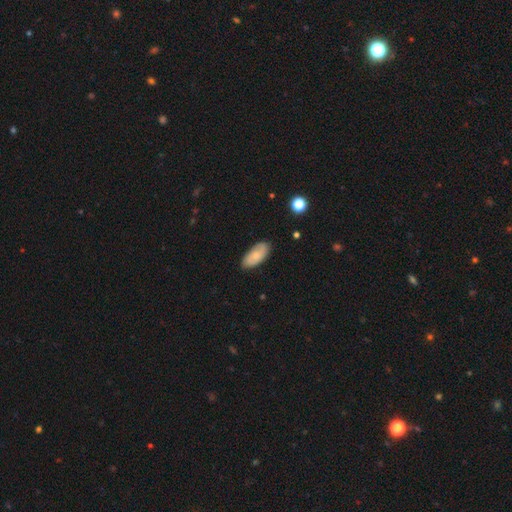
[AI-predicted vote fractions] The model was most divided on "smooth or featured": smooth: 68%, featured or disk: 26%, star or artifact: 6%. More confident: how rounded — in between (91%); merging — none (83%).